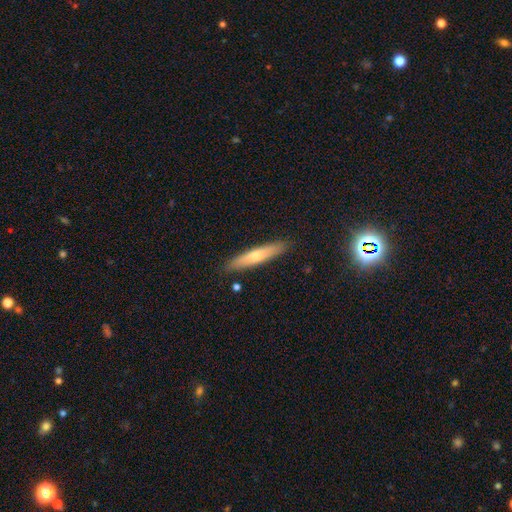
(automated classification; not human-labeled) Smooth or featured: smooth — 58% (featured or disk — 36%)
How rounded: cigar-shaped — 88% (in between — 10%)
Merging: none — 88% (minor disturbance — 8%)